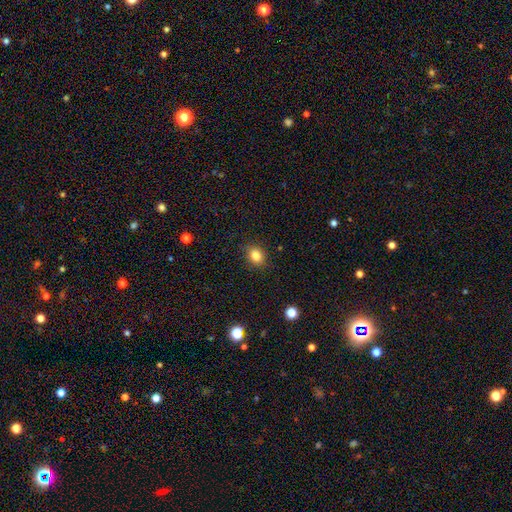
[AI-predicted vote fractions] This appears to be a smooth galaxy with no disk features (84%) that is round (53%). Merging: none (86%).